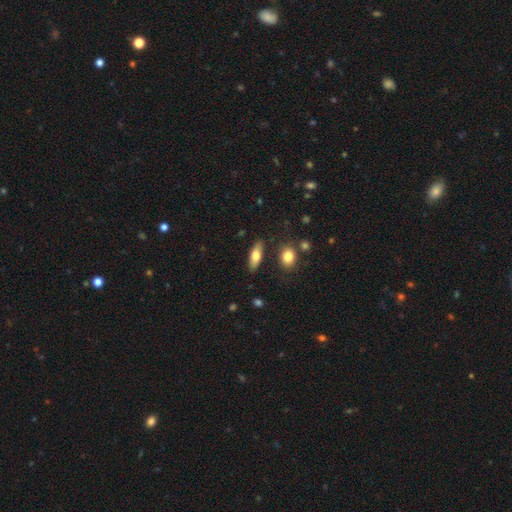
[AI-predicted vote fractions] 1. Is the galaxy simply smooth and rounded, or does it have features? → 72% smooth, 22% featured or disk, 6% star or artifact.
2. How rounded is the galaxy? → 64% in between, 33% cigar-shaped, 3% round.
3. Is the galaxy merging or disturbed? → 82% none, 12% minor disturbance, 4% merger, 3% major disturbance.